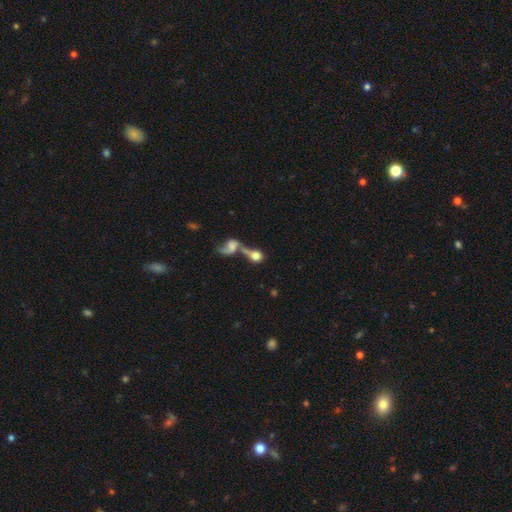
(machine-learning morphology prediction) Overall: smooth (68%). How rounded: round (69%). Merging: merger (65%).